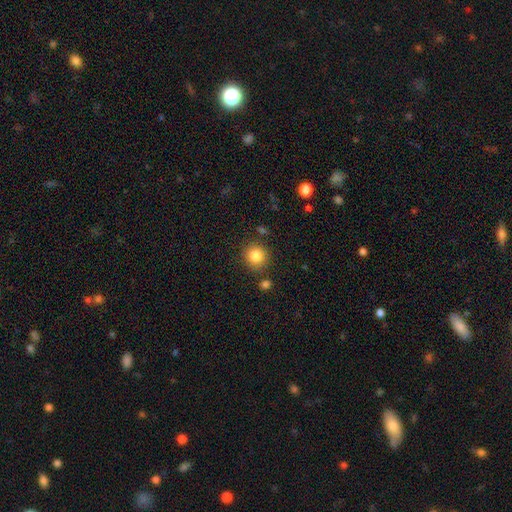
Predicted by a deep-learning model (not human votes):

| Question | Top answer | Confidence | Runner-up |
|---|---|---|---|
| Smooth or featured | smooth | 84% | star or artifact (10%) |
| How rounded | round | 91% | in between (8%) |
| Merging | none | 84% | minor disturbance (9%) |